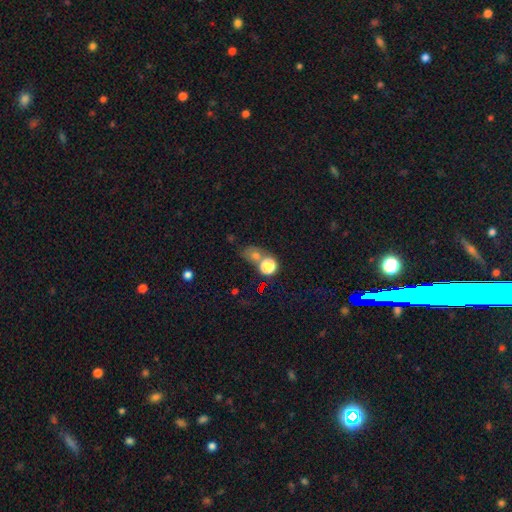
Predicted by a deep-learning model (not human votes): smooth_or_featured: smooth (p=0.60) [alt: star or artifact p=0.29]
how_rounded: round (p=0.52) [alt: in between p=0.46]
merging: none (p=0.50) [alt: merger p=0.29]